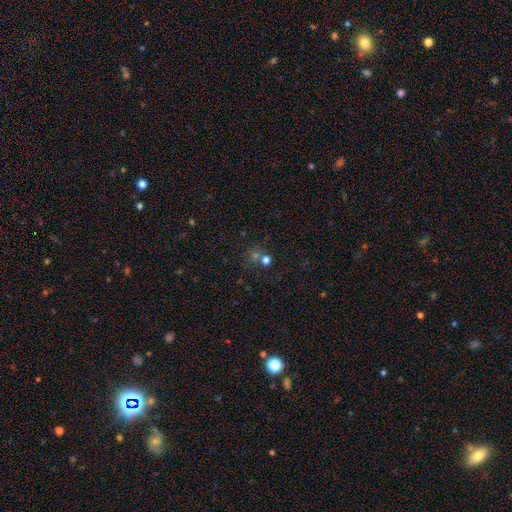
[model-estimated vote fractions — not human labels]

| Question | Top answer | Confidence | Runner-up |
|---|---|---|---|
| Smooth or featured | smooth | 47% | star or artifact (42%) |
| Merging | none | 59% | merger (28%) |